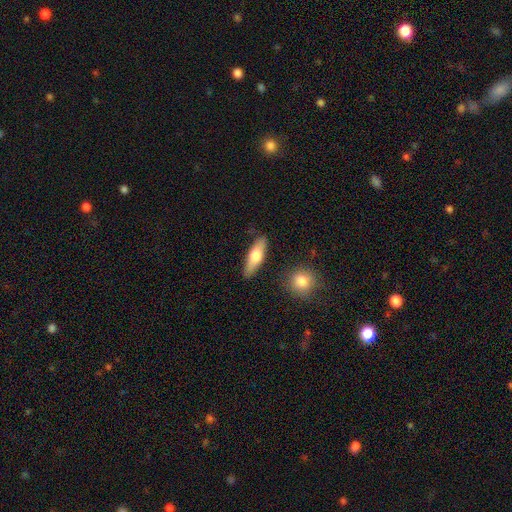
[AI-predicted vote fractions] smooth 61%, featured or disk 33%, star or artifact 5%. Down the decision tree: how rounded — cigar-shaped (49%); merging — none (85%).